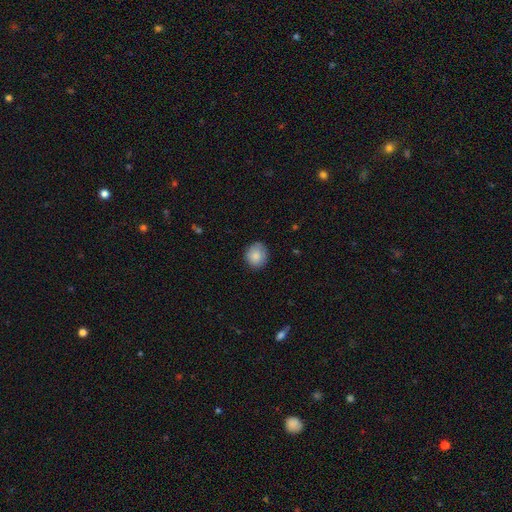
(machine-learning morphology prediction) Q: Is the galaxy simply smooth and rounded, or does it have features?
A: smooth — 85%.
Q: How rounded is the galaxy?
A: round — 78%.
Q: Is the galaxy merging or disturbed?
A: none — 82%.